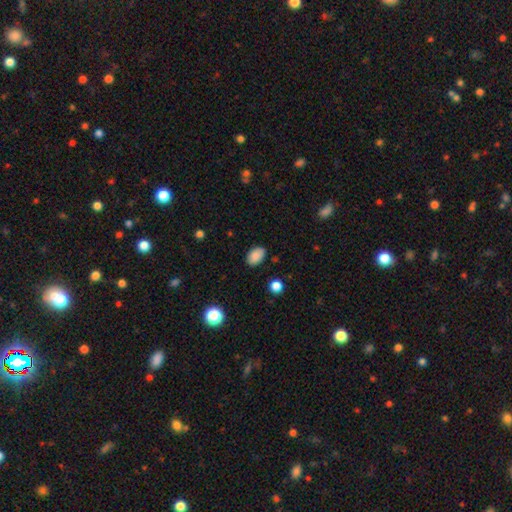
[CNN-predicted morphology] Smooth or featured?
  - smooth: 87% *
  - star or artifact: 8%
  - featured or disk: 5%
How rounded?
  - in between: 88% *
  - round: 11%
  - cigar-shaped: 1%
Merging?
  - none: 85% *
  - minor disturbance: 11%
  - major disturbance: 2%
  - merger: 1%